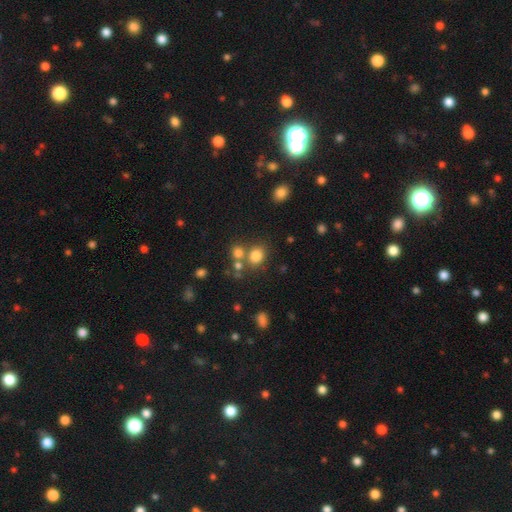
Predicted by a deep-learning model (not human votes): A smooth galaxy with no disk features (79%) that is round (68%). Merging: none (61%).